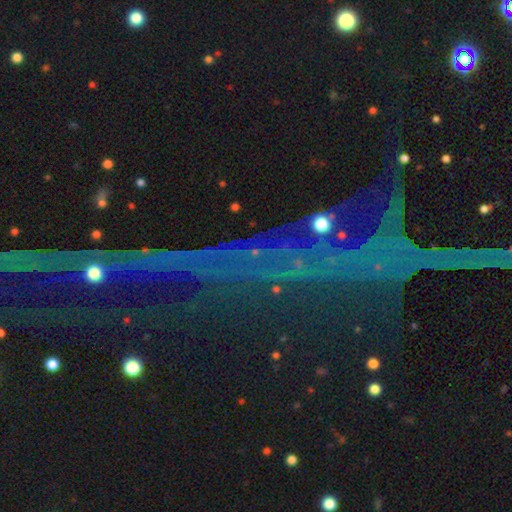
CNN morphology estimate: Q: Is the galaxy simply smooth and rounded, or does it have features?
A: star or artifact — 82%.